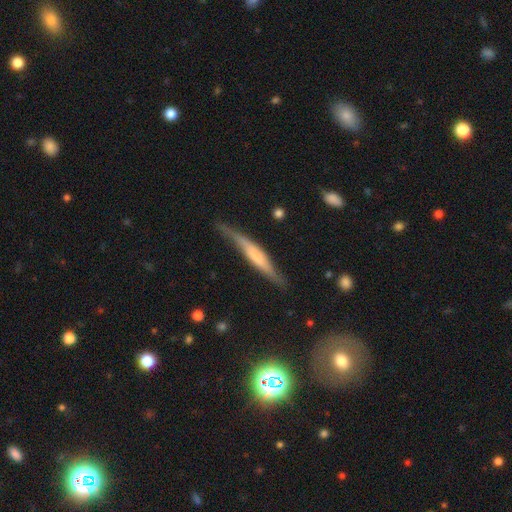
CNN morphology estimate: smooth_or_featured: featured or disk (p=0.53) [alt: smooth p=0.41]
disk_edge_on: yes (p=0.86) [alt: no p=0.14]
merging: none (p=0.60) [alt: minor disturbance p=0.28]